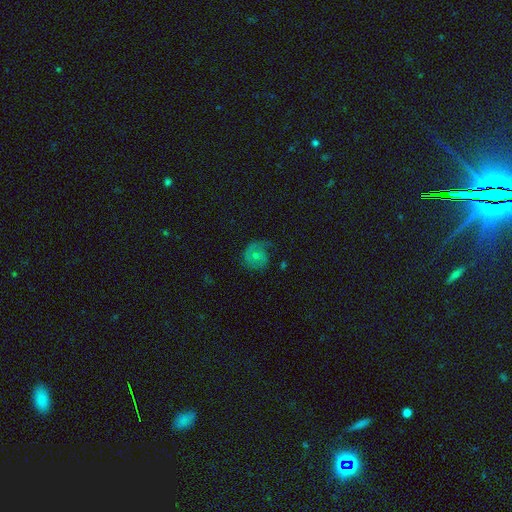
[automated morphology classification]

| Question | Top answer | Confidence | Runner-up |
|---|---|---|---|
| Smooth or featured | featured or disk | 58% | smooth (33%) |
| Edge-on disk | no | 97% | yes (3%) |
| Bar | no | 76% | weak (21%) |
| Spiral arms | yes | 83% | no (17%) |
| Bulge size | small | 52% | moderate (41%) |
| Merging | none | 55% | minor disturbance (24%) |